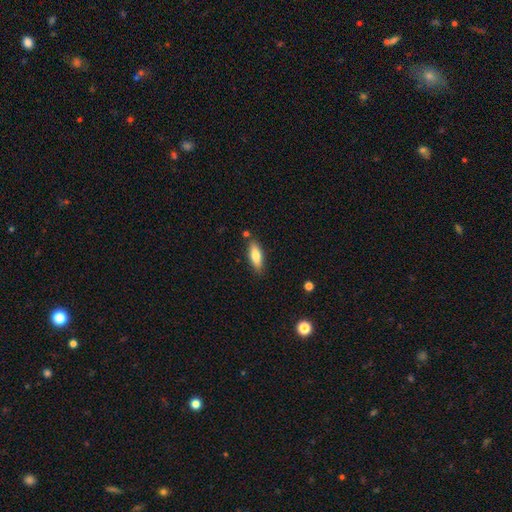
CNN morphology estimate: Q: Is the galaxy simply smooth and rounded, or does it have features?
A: smooth — 76%.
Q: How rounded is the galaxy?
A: in between — 61%.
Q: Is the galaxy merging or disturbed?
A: none — 82%.